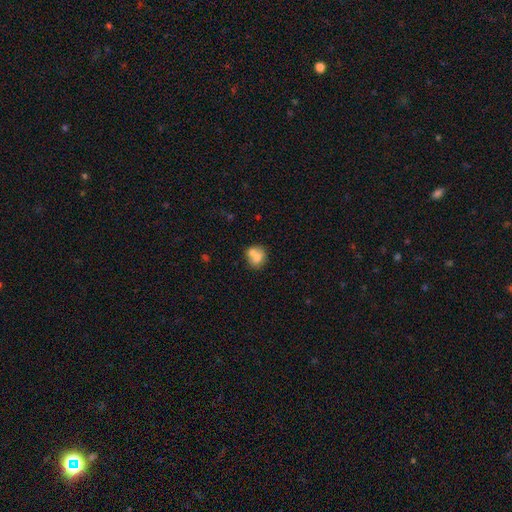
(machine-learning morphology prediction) smooth-or-featured: smooth: 71% | featured or disk: 20% | star or artifact: 9%
  how-rounded: round: 73% | in between: 26% | cigar-shaped: 1%
  merging: merger: 45% | none: 41% | minor disturbance: 10% | major disturbance: 4%